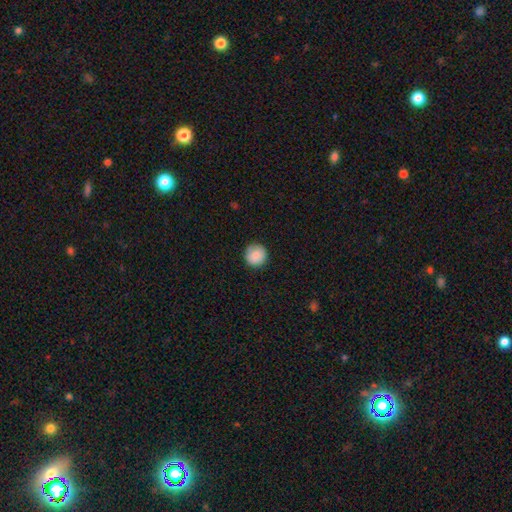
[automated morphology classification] Smooth or featured? smooth (88%)
How rounded? round (94%)
Merging? none (87%)